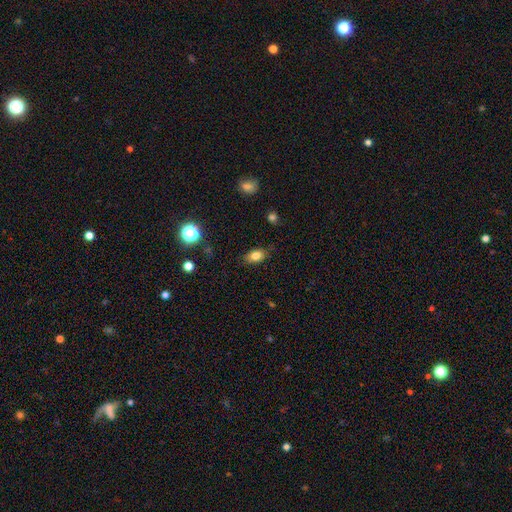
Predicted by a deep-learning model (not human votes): This is clearly a smooth galaxy (81%). How rounded: clearly in between (84%). Merging: clearly none (82%).